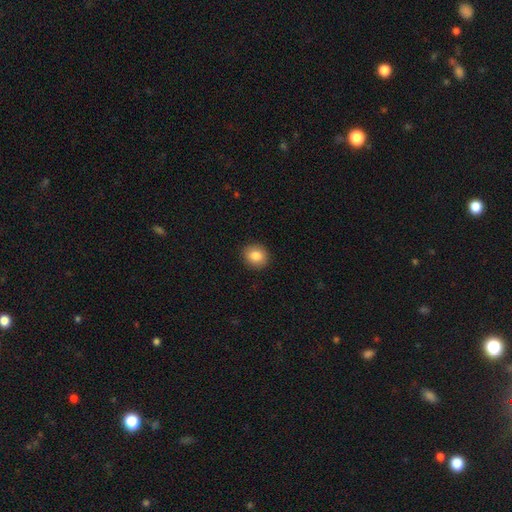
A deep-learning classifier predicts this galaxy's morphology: Smooth or featured? smooth (85%)
How rounded? round (79%)
Merging? none (91%)